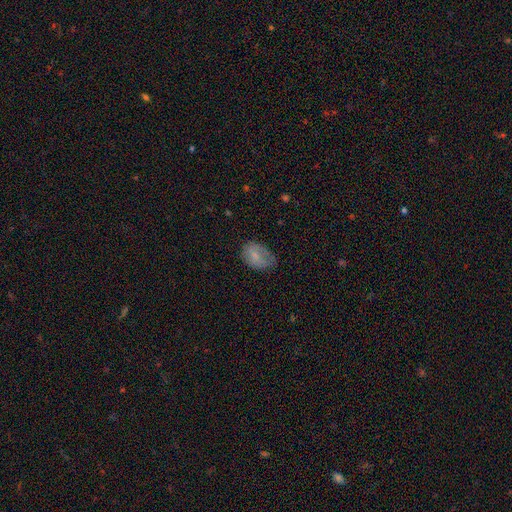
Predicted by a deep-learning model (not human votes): smooth-or-featured: smooth: 72% | featured or disk: 20% | star or artifact: 8%
  how-rounded: in between: 80% | round: 18% | cigar-shaped: 1%
  merging: none: 48% | minor disturbance: 36% | major disturbance: 15% | merger: 1%